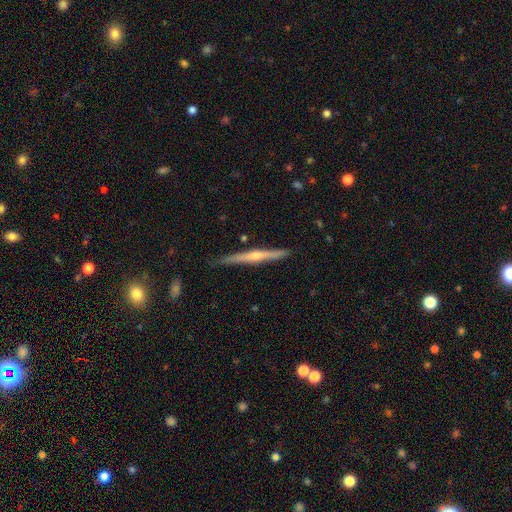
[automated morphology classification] A featured or disk galaxy (72%) viewed edge-on (98%) with a rounded central bulge (80%). Merging: none (86%).